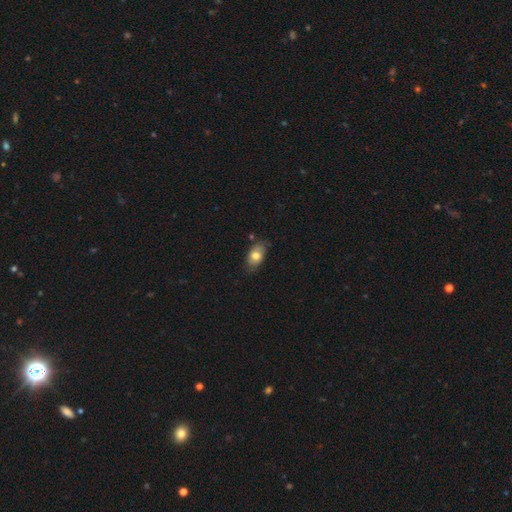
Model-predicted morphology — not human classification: smooth 72%, featured or disk 20%, star or artifact 8%. Down the decision tree: how rounded — in between (88%); merging — none (69%).